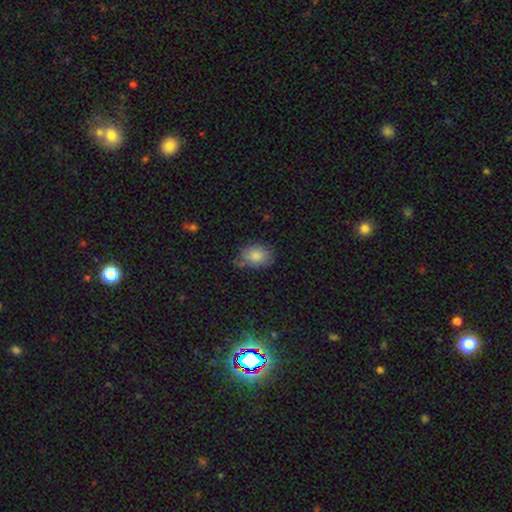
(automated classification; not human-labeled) Smooth or featured? smooth (84%)
How rounded? in between (71%)
Merging? none (68%)